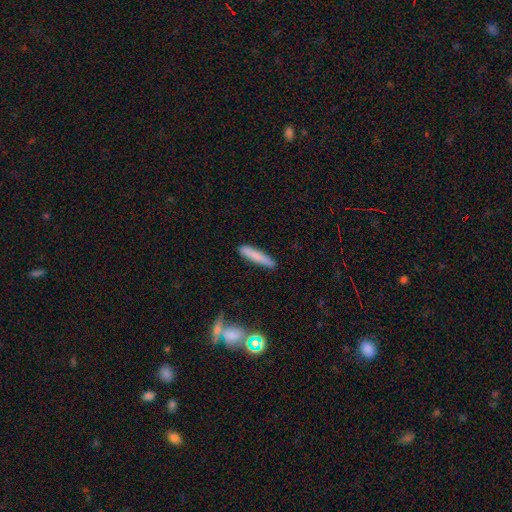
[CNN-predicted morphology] Smooth or featured? Predicted: smooth (p=0.79). How rounded? Predicted: cigar-shaped (p=0.92). Merging? Predicted: none (p=0.86).